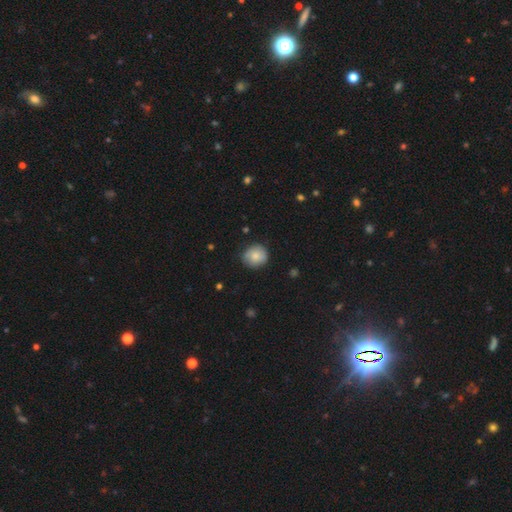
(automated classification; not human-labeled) A smooth galaxy with no disk features (81%) that is round (87%).

Vote fractions:
- Smooth or featured? smooth: 81% / featured or disk: 12% / star or artifact: 7%
- How rounded? round: 87% / in between: 12% / cigar-shaped: 1%
- Merging? none: 79% / minor disturbance: 17% / major disturbance: 3% / merger: 1%